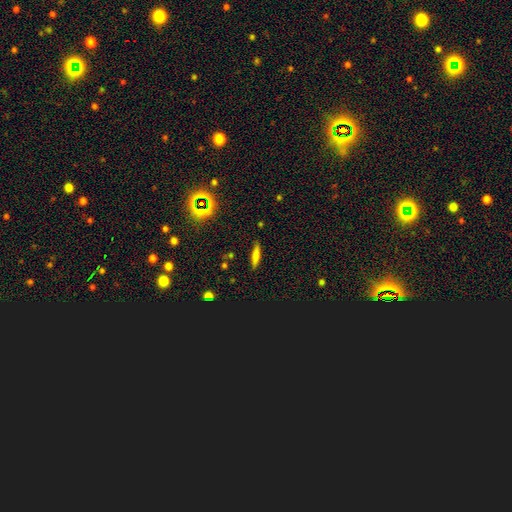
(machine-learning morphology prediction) Smooth or featured? smooth (64%)
How rounded? cigar-shaped (80%)
Merging? none (86%)